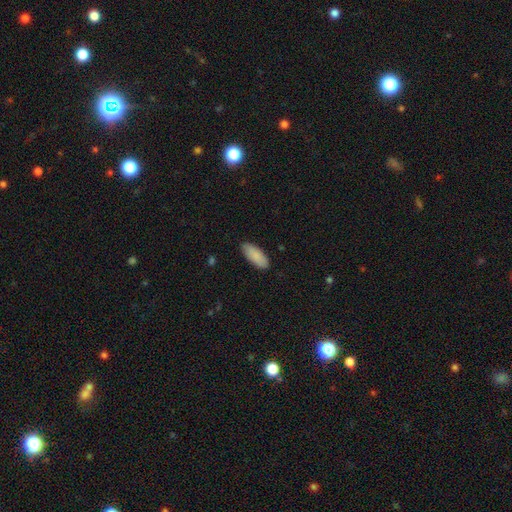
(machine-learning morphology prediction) smooth-or-featured: smooth: 88% | featured or disk: 6% | star or artifact: 6%
  how-rounded: in between: 83% | cigar-shaped: 16% | round: 1%
  merging: none: 86% | minor disturbance: 11% | major disturbance: 2% | merger: 1%